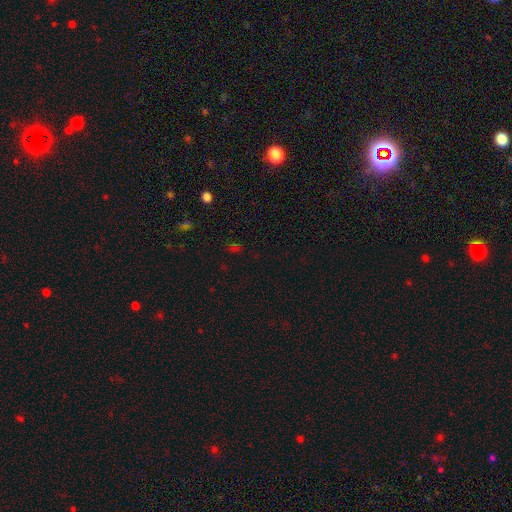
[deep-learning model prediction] A star or artifact, not a galaxy (60%).

Vote fractions:
- Smooth or featured? star or artifact: 60% / smooth: 32% / featured or disk: 8%